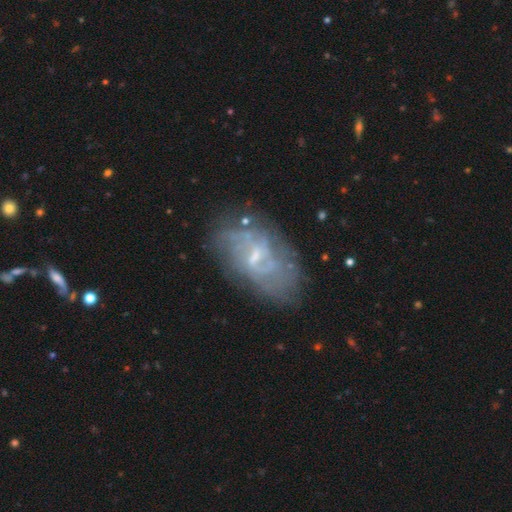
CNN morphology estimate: This is likely a featured or disk galaxy (74%). It is clearly not viewed edge-on (95%). Bar: possibly weak (59%). Spiral arm pattern: likely yes (76%). Spiral arm count: possibly can't tell (49%). Spiral winding: marginally medium (36%). Central bulge: possibly small (58%). Merging: likely none (68%).